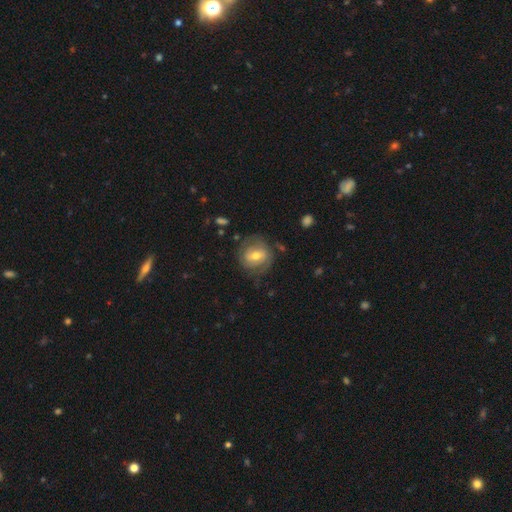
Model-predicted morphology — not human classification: Smooth or featured?
  - featured or disk: 47% *
  - smooth: 45%
  - star or artifact: 7%
Merging?
  - none: 69% *
  - minor disturbance: 19%
  - major disturbance: 10%
  - merger: 2%